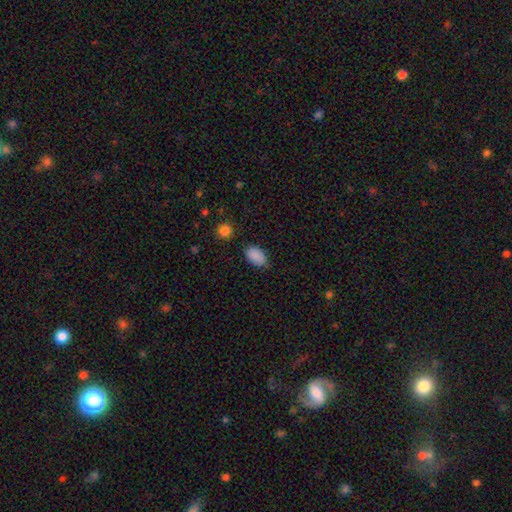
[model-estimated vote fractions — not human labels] This is clearly a smooth galaxy (88%). How rounded: clearly in between (90%). Merging: likely none (76%).